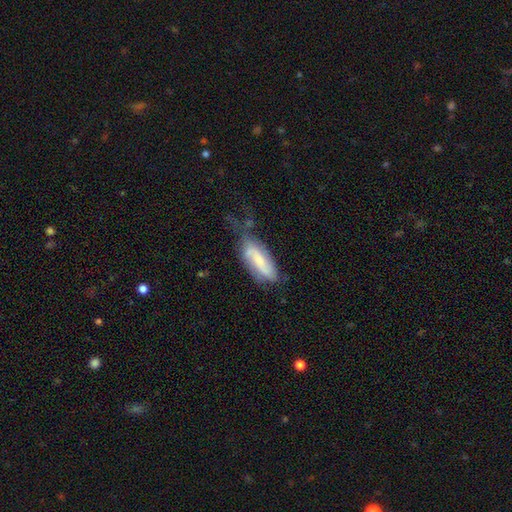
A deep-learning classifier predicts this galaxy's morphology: Smooth or featured? Predicted: featured or disk (p=0.47). Merging? Predicted: none (p=0.43).